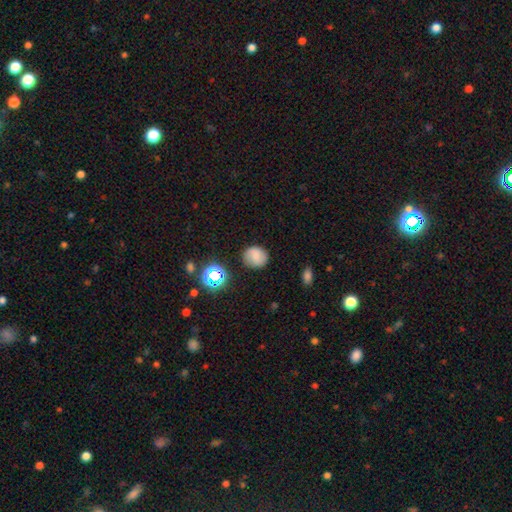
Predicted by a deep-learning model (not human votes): This appears to be a smooth galaxy with no disk features (66%) that is round (85%). Merging: none (83%).